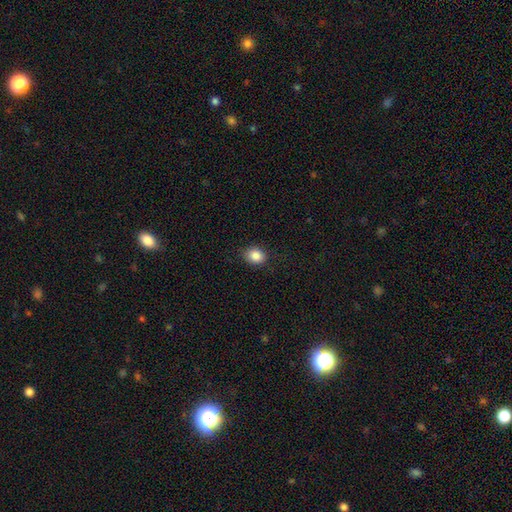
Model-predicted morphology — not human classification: Q: Smooth or featured?
A: smooth (86%); runner-up: star or artifact (10%)
Q: How rounded?
A: round (55%); runner-up: in between (44%)
Q: Merging?
A: none (87%); runner-up: minor disturbance (9%)